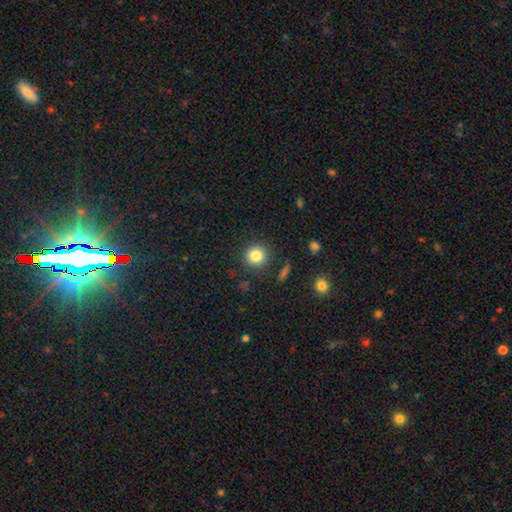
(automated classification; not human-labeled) Smooth or featured?
  - smooth: 83% *
  - star or artifact: 10%
  - featured or disk: 6%
How rounded?
  - round: 91% *
  - in between: 8%
  - cigar-shaped: 1%
Merging?
  - none: 87% *
  - minor disturbance: 8%
  - major disturbance: 3%
  - merger: 2%